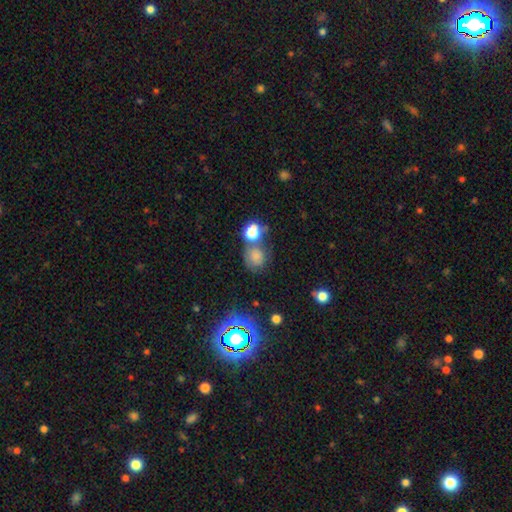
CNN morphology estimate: Smooth or featured: smooth — 68% (star or artifact — 21%)
How rounded: round — 71% (in between — 27%)
Merging: none — 47% (merger — 28%)